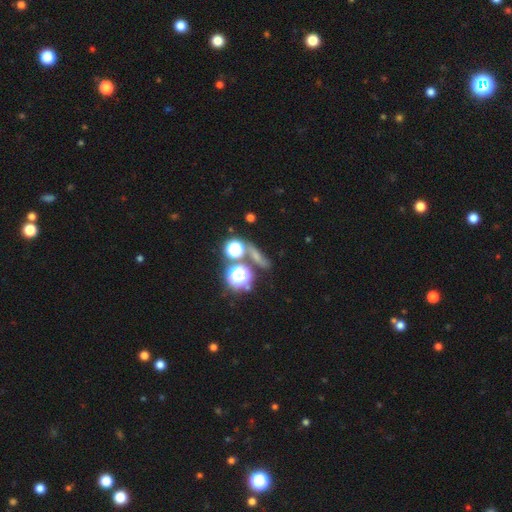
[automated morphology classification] smooth-or-featured: smooth: 44% | star or artifact: 38% | featured or disk: 18%
  merging: none: 61% | merger: 18% | minor disturbance: 13% | major disturbance: 8%